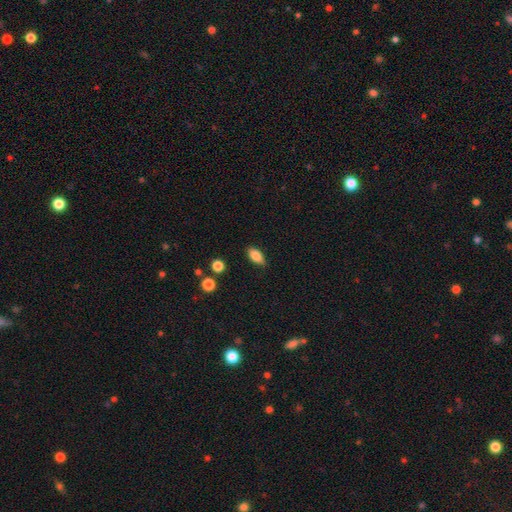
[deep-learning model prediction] This appears to be a smooth galaxy with no disk features (82%) that is in between round and cigar-shaped (86%). Merging: none (81%).